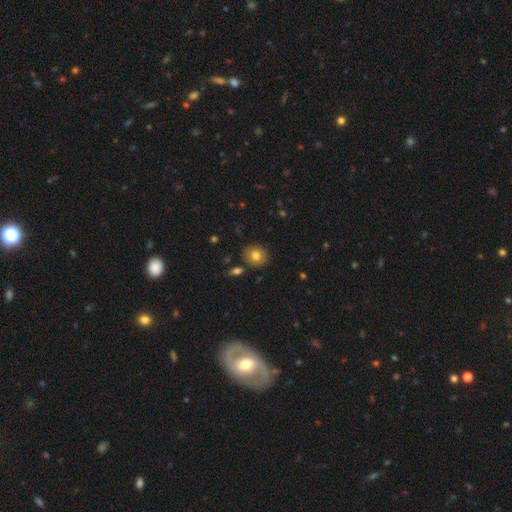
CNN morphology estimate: A smooth galaxy with no disk features (79%) that is round (78%). Merging: none (85%).